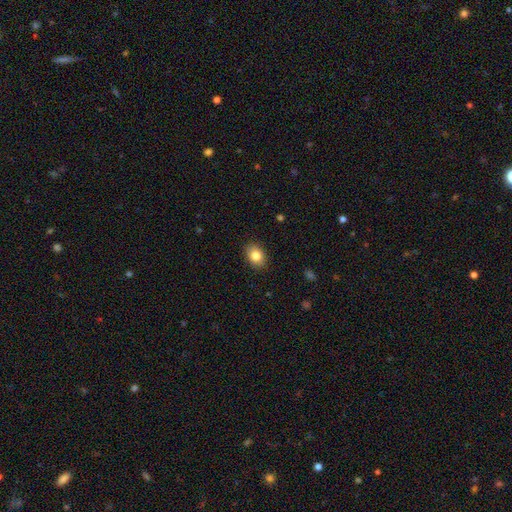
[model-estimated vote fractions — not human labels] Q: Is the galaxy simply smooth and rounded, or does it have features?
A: smooth — 84%.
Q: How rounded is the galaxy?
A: in between — 66%.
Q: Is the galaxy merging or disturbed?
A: none — 89%.